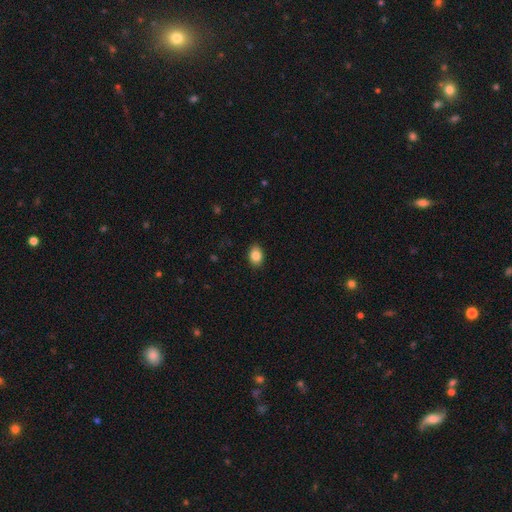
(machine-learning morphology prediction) Smooth or featured? smooth (85%)
How rounded? in between (77%)
Merging? none (88%)